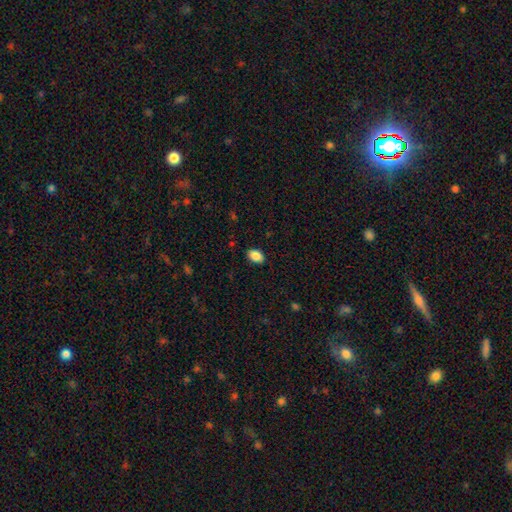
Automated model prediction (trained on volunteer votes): This is clearly a smooth galaxy (88%). How rounded: clearly in between (85%). Merging: clearly none (87%).